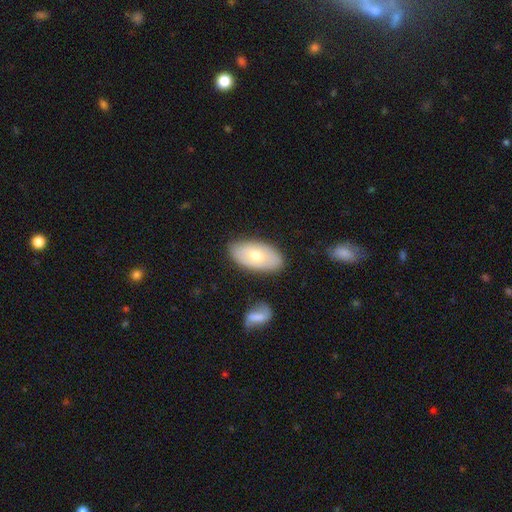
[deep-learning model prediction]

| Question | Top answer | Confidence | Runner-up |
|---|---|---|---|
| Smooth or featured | smooth | 62% | featured or disk (32%) |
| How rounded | in between | 94% | round (3%) |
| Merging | none | 80% | minor disturbance (14%) |